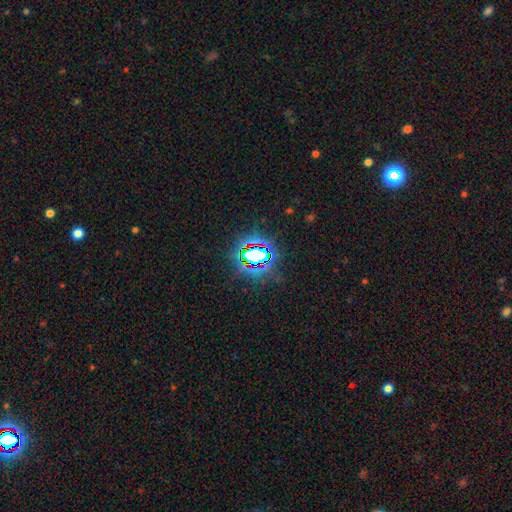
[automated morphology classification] smooth_or_featured: star or artifact (p=0.72) [alt: smooth p=0.17]